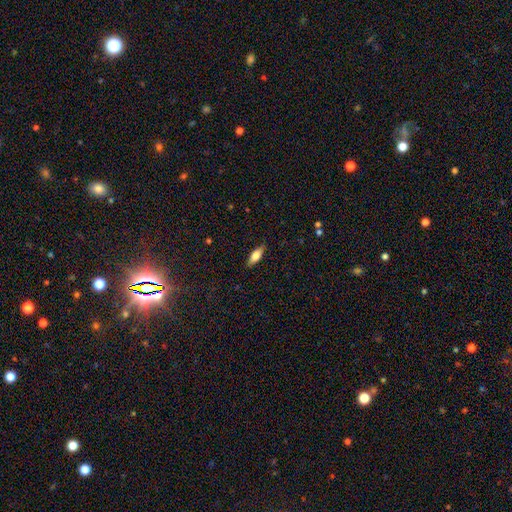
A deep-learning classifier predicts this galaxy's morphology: The model was most divided on "how rounded": in between: 69%, cigar-shaped: 29%, round: 2%. More confident: merging — none (86%); smooth or featured — smooth (72%).